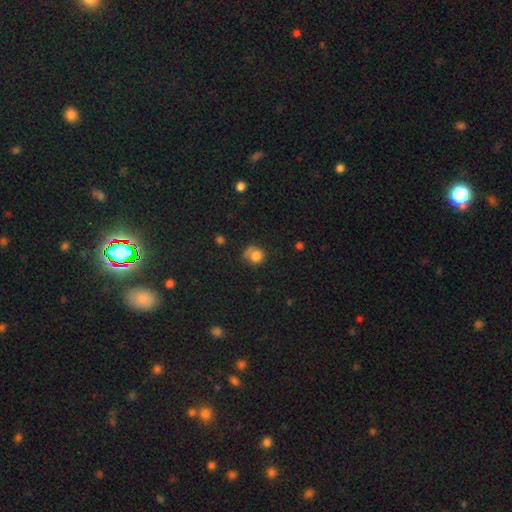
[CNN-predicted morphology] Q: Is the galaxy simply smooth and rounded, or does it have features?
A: smooth — 79%.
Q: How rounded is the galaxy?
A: round — 79%.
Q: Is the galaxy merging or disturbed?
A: none — 52%.